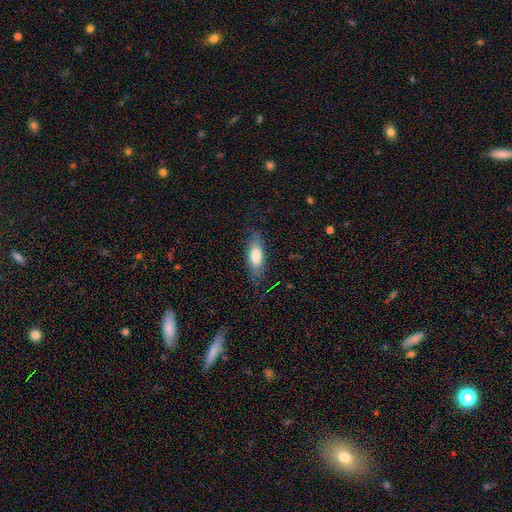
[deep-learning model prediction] Smooth or featured: smooth — 75% (featured or disk — 19%)
How rounded: in between — 62% (cigar-shaped — 35%)
Merging: none — 77% (minor disturbance — 17%)